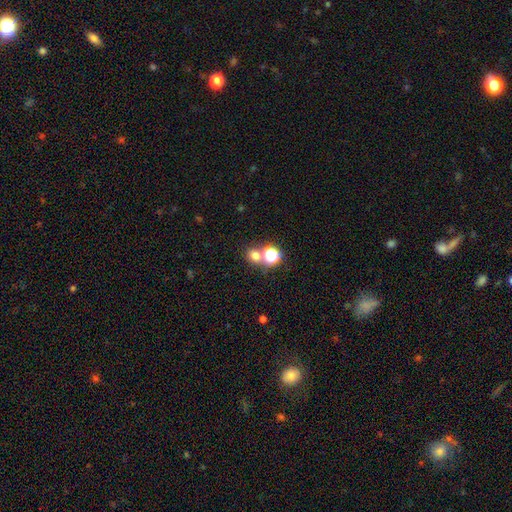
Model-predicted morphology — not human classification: A smooth galaxy with no disk features (69%) that is round (74%). Merging: none (57%).